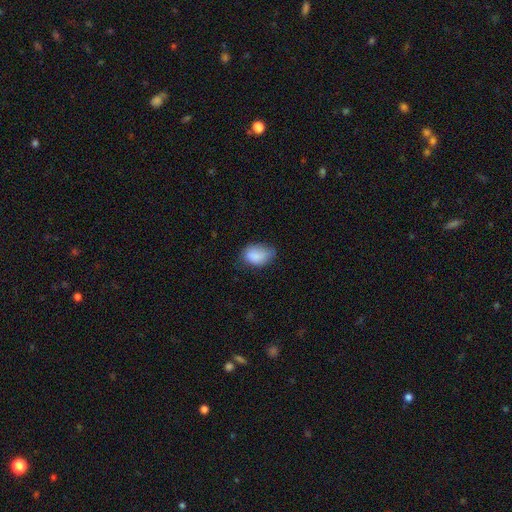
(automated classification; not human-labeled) Smooth or featured? smooth (85%)
How rounded? in between (85%)
Merging? none (48%)